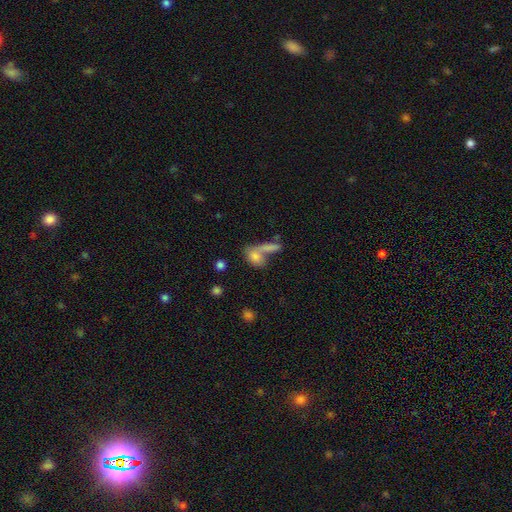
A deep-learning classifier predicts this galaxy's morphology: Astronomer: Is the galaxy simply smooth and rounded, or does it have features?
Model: smooth — 77%.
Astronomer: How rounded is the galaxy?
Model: in between — 72%.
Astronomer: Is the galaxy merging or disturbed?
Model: merger — 47% (runner-up: none, 37%).